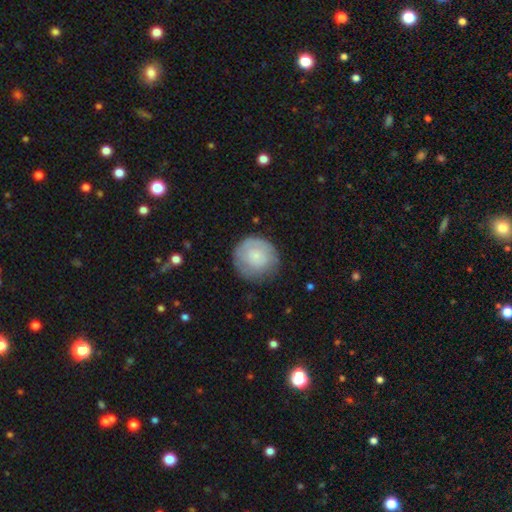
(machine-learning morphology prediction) type=smooth (66%); roundness=round (92%); merging=none (74%).